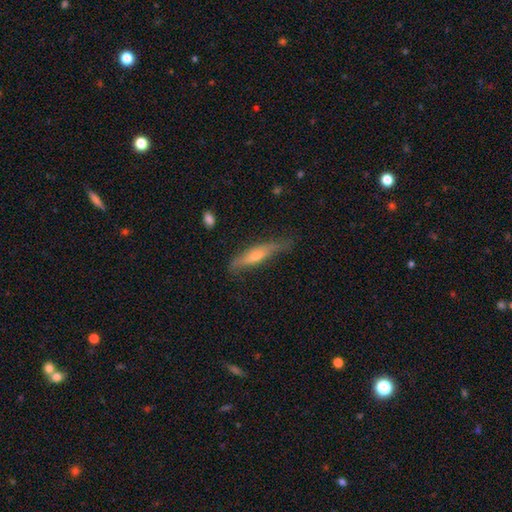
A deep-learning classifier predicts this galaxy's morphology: Smooth or featured?
  - featured or disk: 50% *
  - smooth: 43%
  - star or artifact: 6%
Edge-on disk?
  - yes: 84% *
  - no: 16%
Merging?
  - none: 68% *
  - minor disturbance: 25%
  - major disturbance: 6%
  - merger: 2%